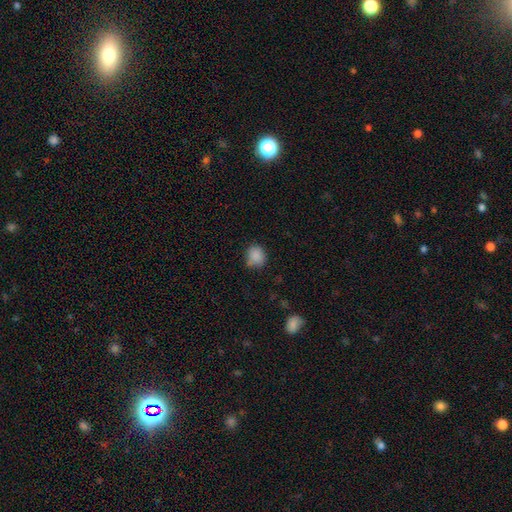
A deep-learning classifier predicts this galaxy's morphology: Smooth or featured: smooth — 86% (star or artifact — 10%)
How rounded: round — 70% (in between — 29%)
Merging: none — 69% (minor disturbance — 22%)